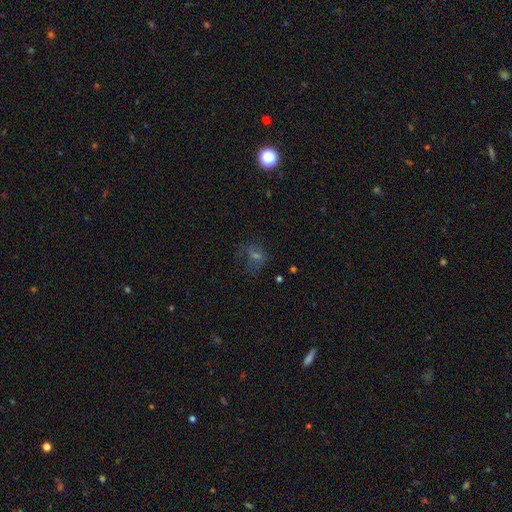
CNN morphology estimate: Q: Smooth or featured?
A: smooth (36%); runner-up: star or artifact (34%)
Q: Merging?
A: none (54%); runner-up: major disturbance (24%)